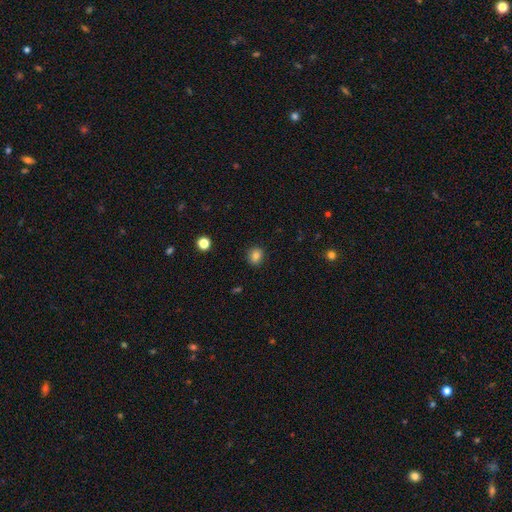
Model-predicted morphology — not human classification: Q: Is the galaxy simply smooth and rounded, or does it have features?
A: smooth — 83%.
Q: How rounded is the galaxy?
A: round — 75%.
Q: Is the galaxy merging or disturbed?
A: none — 90%.